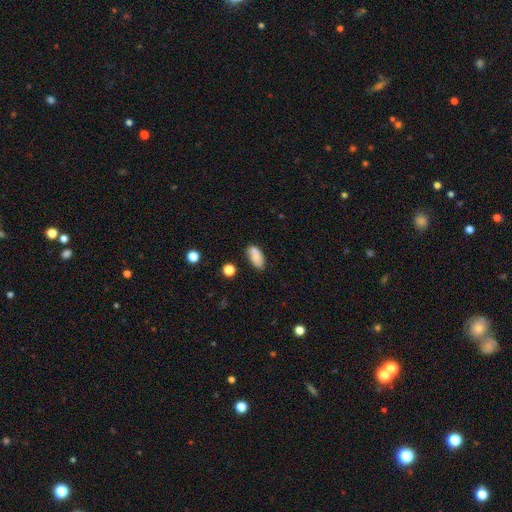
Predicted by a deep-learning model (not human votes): This appears to be a smooth galaxy with no disk features (80%) that is in between round and cigar-shaped (88%). Merging: none (61%).